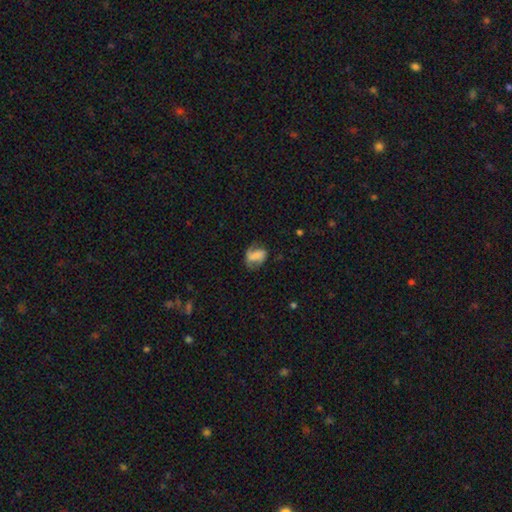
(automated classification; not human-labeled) This appears to be a smooth galaxy with no disk features (52%) that is in between round and cigar-shaped (74%). Merging: none (42%).